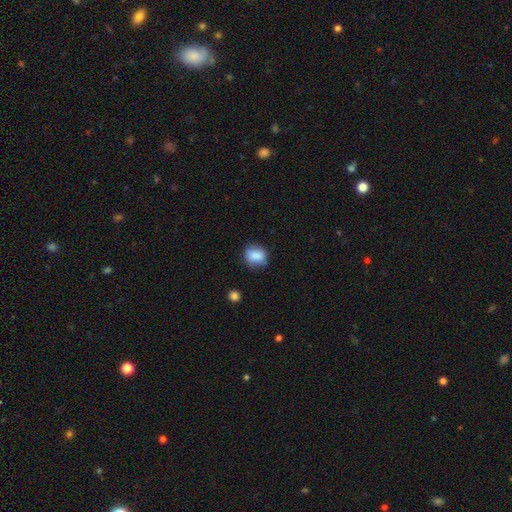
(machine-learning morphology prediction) Q: Smooth or featured?
A: smooth (81%); runner-up: featured or disk (10%)
Q: How rounded?
A: round (51%); runner-up: in between (48%)
Q: Merging?
A: none (66%); runner-up: minor disturbance (25%)